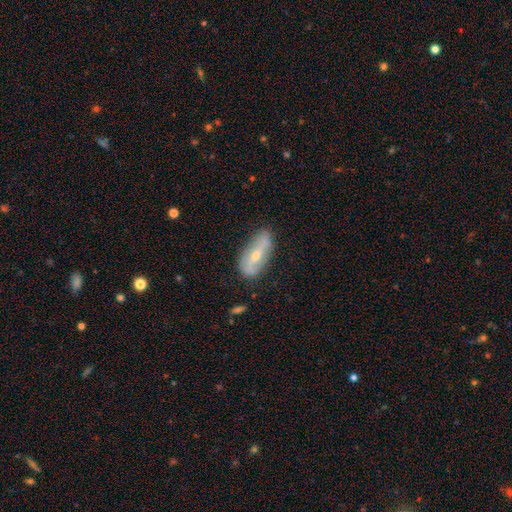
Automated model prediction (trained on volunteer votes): Q: Smooth or featured?
A: featured or disk (55%); runner-up: smooth (38%)
Q: Edge-on disk?
A: no (78%); runner-up: yes (22%)
Q: Merging?
A: none (73%); runner-up: minor disturbance (20%)